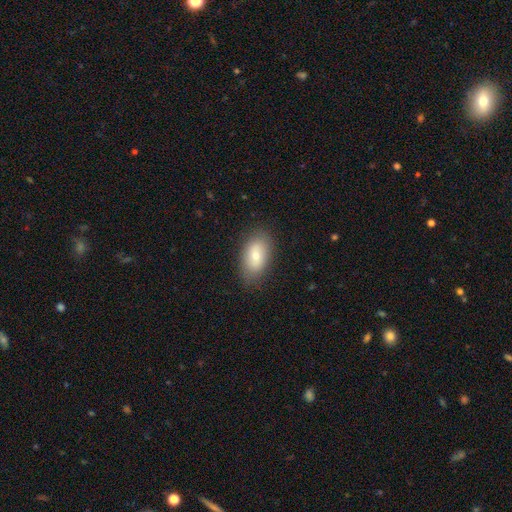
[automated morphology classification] Smooth or featured? Predicted: smooth (p=0.71). How rounded? Predicted: in between (p=0.91). Merging? Predicted: none (p=0.82).